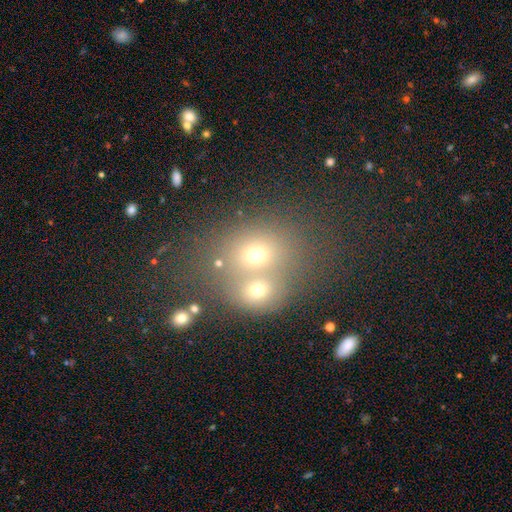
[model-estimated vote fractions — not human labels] Smooth or featured? Predicted: smooth (p=0.63). How rounded? Predicted: round (p=0.60). Merging? Predicted: merger (p=0.52).